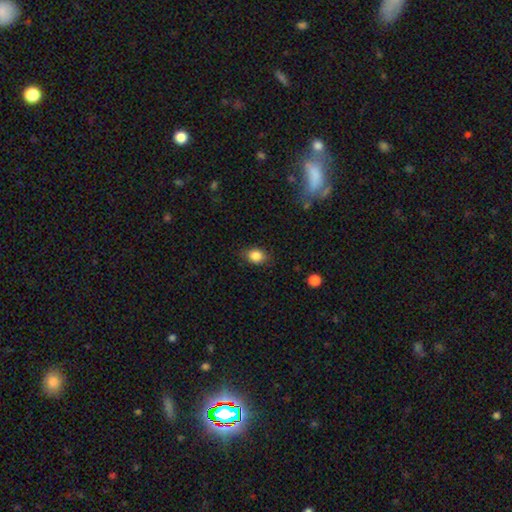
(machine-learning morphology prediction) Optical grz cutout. It shows a smooth galaxy with no disk features (85%) that is in between round and cigar-shaped (62%). Merging: none (81%).